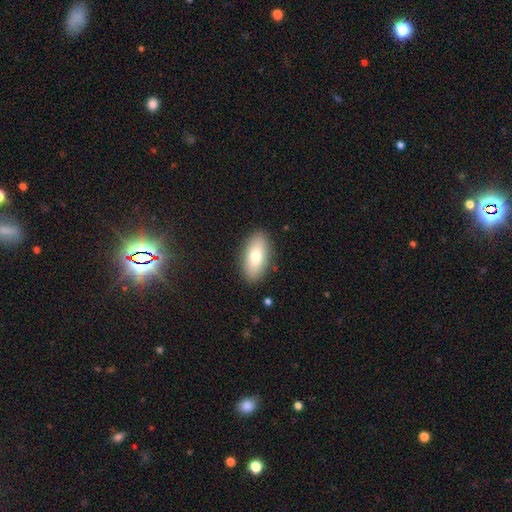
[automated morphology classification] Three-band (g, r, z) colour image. It shows a smooth galaxy with no disk features (76%) that is in between round and cigar-shaped (89%). Merging: none (88%).